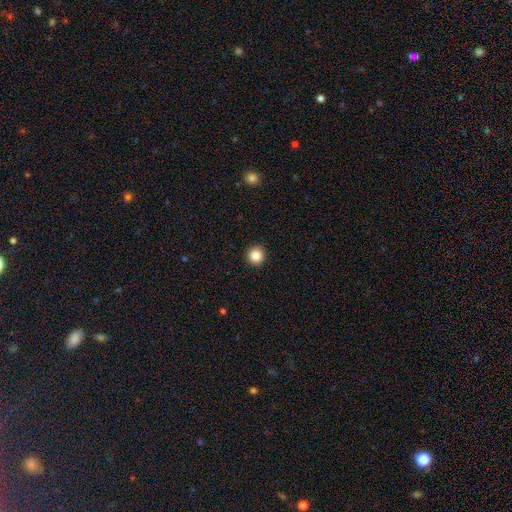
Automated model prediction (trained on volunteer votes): Overall: smooth (86%). How rounded: round (95%). Merging: none (94%).